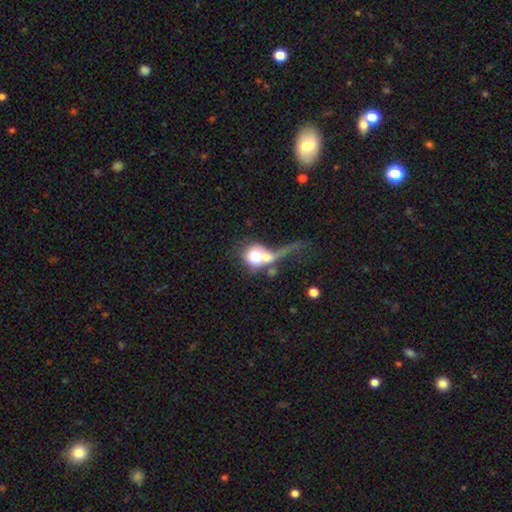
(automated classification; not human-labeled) A smooth galaxy with no disk features (63%) that is round (69%). Merging: merger (50%).